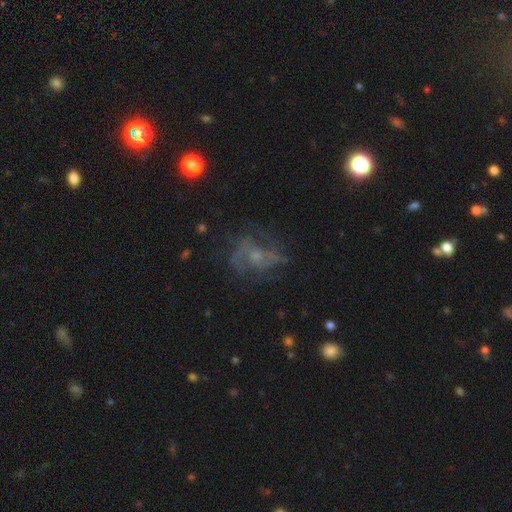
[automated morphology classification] Smooth or featured?
  - featured or disk: 62% *
  - star or artifact: 19%
  - smooth: 18%
Edge-on disk?
  - no: 96% *
  - yes: 4%
Bar?
  - no: 70% *
  - weak: 24%
  - strong: 5%
Spiral arms?
  - yes: 73% *
  - no: 27%
Bulge size?
  - small: 52% *
  - moderate: 30%
  - none: 14%
  - large: 3%
  - dominant: 1%
Merging?
  - none: 56% *
  - major disturbance: 23%
  - minor disturbance: 19%
  - merger: 3%